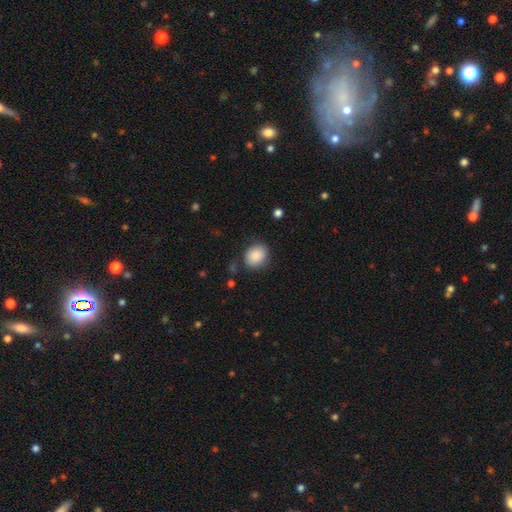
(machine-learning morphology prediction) smooth_or_featured: smooth (p=0.88) [alt: star or artifact p=0.08]
how_rounded: round (p=0.54) [alt: in between p=0.45]
merging: none (p=0.79) [alt: minor disturbance p=0.14]